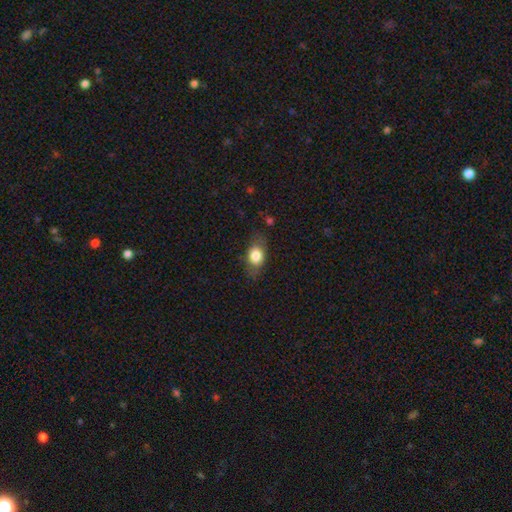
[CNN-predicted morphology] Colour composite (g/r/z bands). It shows a smooth galaxy with no disk features (78%) that is in between round and cigar-shaped (73%). Merging: none (73%).